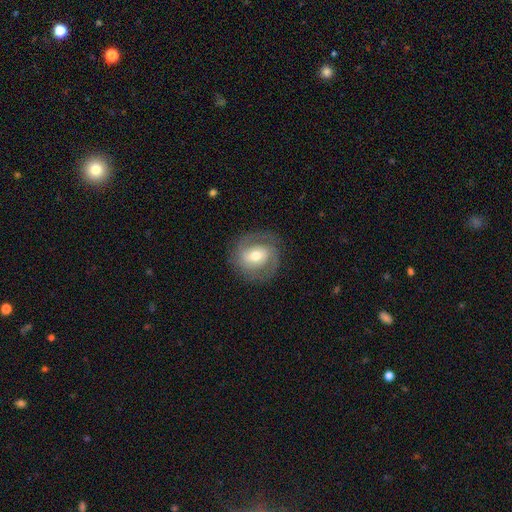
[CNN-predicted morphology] Smooth or featured? featured or disk (68%)
Edge-on disk? no (97%)
Bar? weak (43%)
Spiral arms? yes (84%)
Spiral winding? tight (46%)
Spiral arm count? 2 (75%)
Bulge size? moderate (68%)
Merging? none (80%)